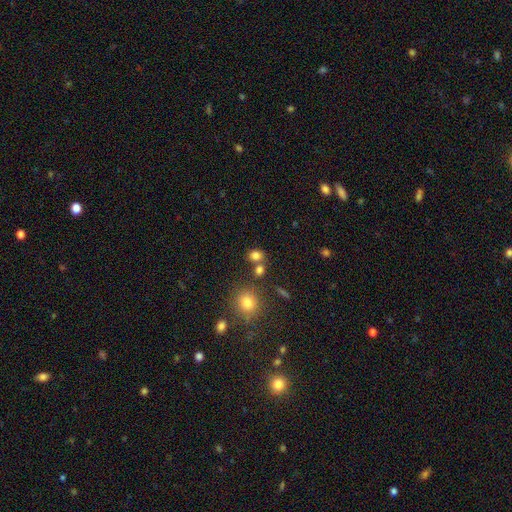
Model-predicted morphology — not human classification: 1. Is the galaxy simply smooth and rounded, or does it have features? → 78% smooth, 14% star or artifact, 7% featured or disk.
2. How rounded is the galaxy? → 57% round, 41% in between, 1% cigar-shaped.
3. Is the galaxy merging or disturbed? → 60% none, 25% merger, 10% minor disturbance, 4% major disturbance.